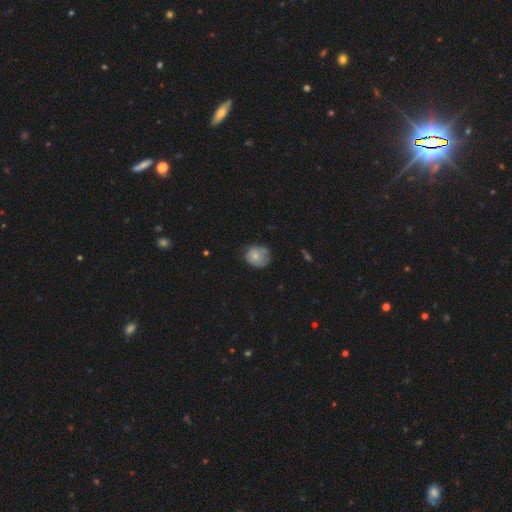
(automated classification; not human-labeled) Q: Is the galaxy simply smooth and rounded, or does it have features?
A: smooth — 70%.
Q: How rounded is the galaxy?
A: round — 70%.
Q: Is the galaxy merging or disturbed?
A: none — 53%.